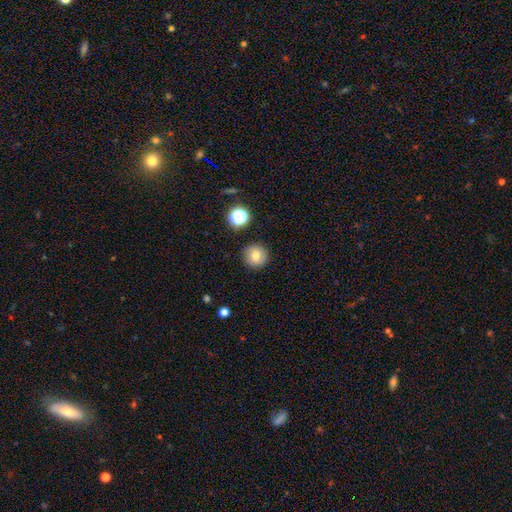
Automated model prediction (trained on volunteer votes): This appears to be a smooth galaxy with no disk features (77%) that is round (95%). Merging: none (89%).